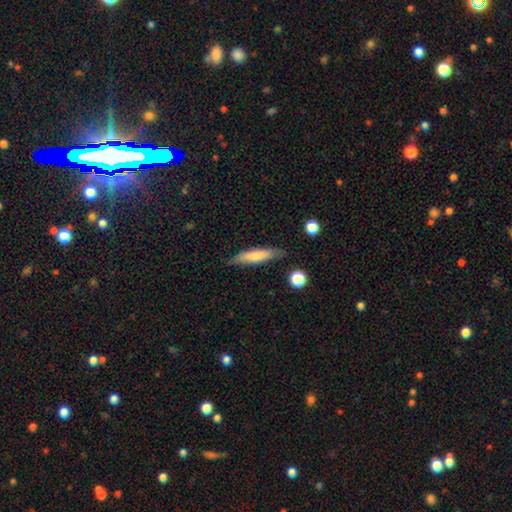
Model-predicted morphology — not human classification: Smooth or featured? Predicted: smooth (p=0.72). How rounded? Predicted: cigar-shaped (p=0.79). Merging? Predicted: none (p=0.81).